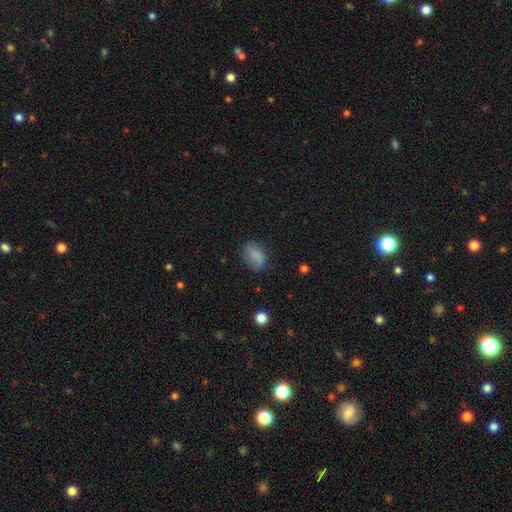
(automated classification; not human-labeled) The model was most divided on "merging": none: 69%, minor disturbance: 23%, major disturbance: 7%, merger: 2%. More confident: how rounded — in between (81%); smooth or featured — smooth (78%).